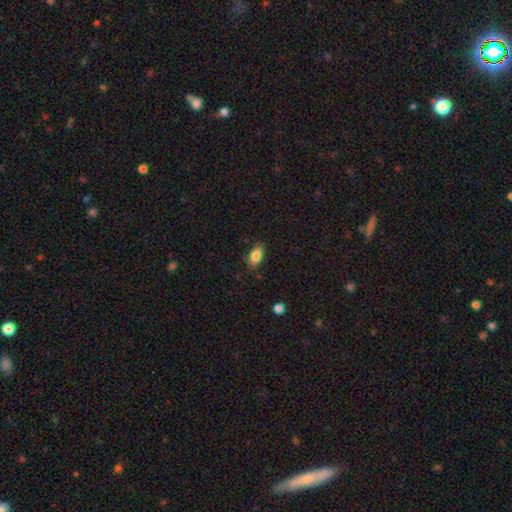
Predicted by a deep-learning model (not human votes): Morphology: type=smooth (85%); roundness=in between (90%); merging=none (81%).